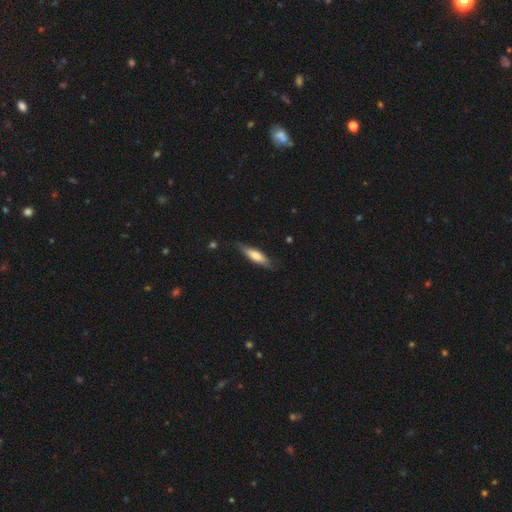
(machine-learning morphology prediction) Smooth or featured?
  - smooth: 64% *
  - featured or disk: 30%
  - star or artifact: 6%
How rounded?
  - cigar-shaped: 64% *
  - in between: 34%
  - round: 2%
Merging?
  - none: 75% *
  - minor disturbance: 19%
  - major disturbance: 4%
  - merger: 1%